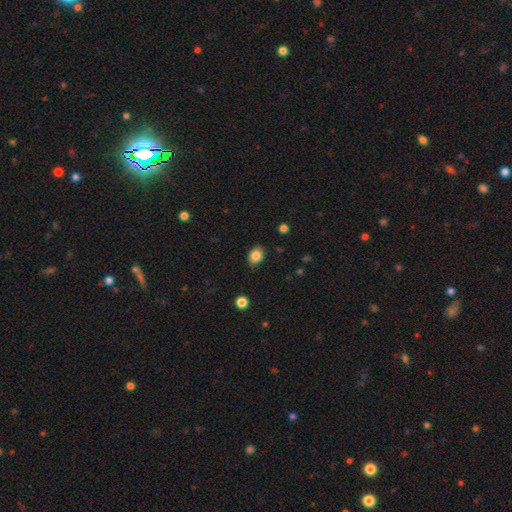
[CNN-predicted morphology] smooth_or_featured: smooth (p=0.86) [alt: star or artifact p=0.09]
how_rounded: in between (p=0.67) [alt: round p=0.32]
merging: none (p=0.85) [alt: minor disturbance p=0.12]